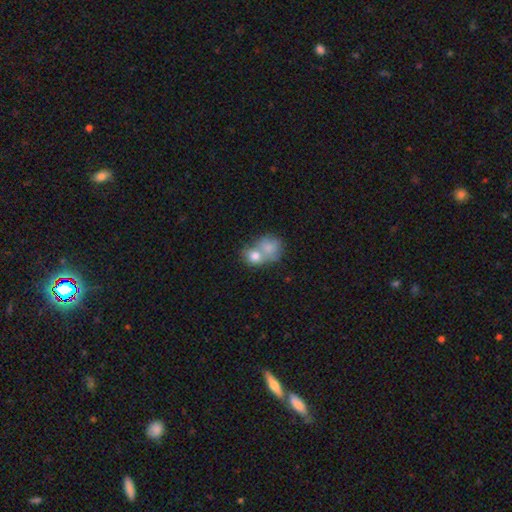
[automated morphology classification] This is likely a smooth galaxy (77%). How rounded: likely round (63%). Merging: likely merger (66%).